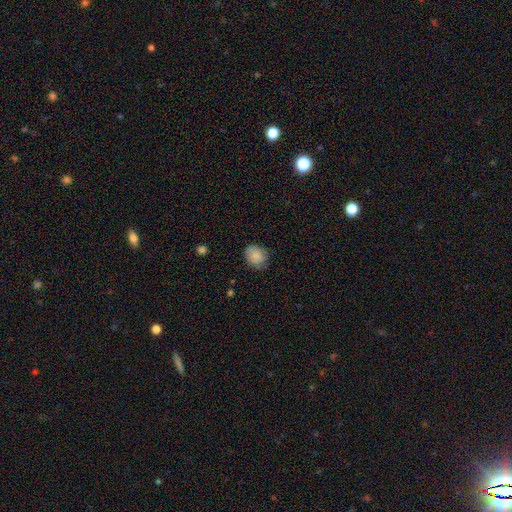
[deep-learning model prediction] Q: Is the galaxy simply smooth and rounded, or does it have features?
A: smooth — 85%.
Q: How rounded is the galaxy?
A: round — 60%.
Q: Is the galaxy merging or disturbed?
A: none — 74%.